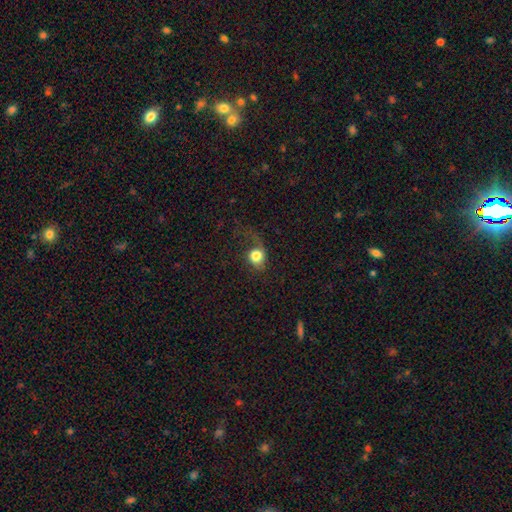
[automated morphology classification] Smooth or featured?
  - smooth: 70% *
  - featured or disk: 20%
  - star or artifact: 10%
How rounded?
  - round: 73% *
  - in between: 26%
  - cigar-shaped: 1%
Merging?
  - major disturbance: 39% *
  - none: 37%
  - minor disturbance: 21%
  - merger: 3%